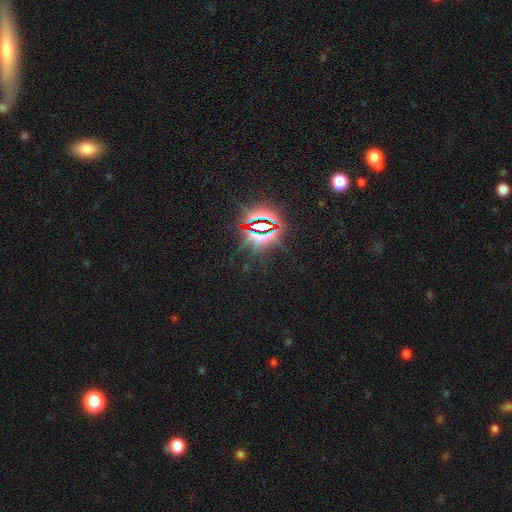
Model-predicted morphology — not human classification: smooth-or-featured: star or artifact: 82% | smooth: 11% | featured or disk: 7%